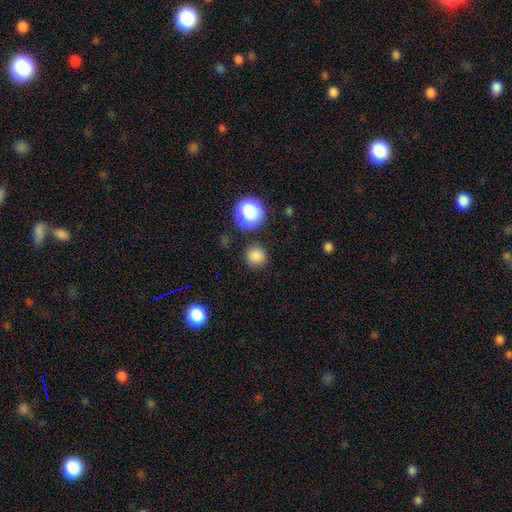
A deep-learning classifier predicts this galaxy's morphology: Smooth or featured? smooth (81%)
How rounded? round (92%)
Merging? none (87%)